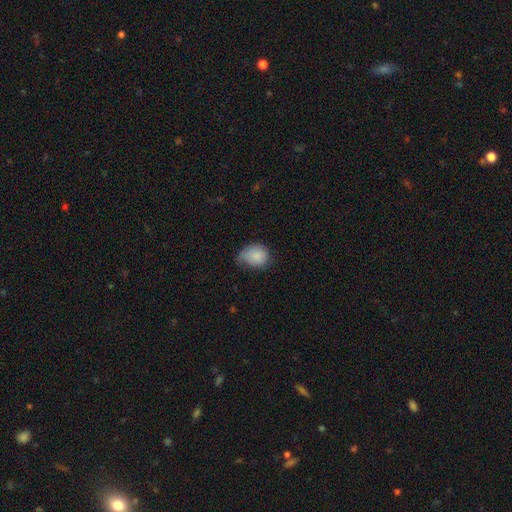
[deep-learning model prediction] smooth-or-featured: smooth: 83% | featured or disk: 9% | star or artifact: 8%
  how-rounded: round: 54% | in between: 45% | cigar-shaped: 1%
  merging: minor disturbance: 45% | none: 38% | major disturbance: 14% | merger: 2%